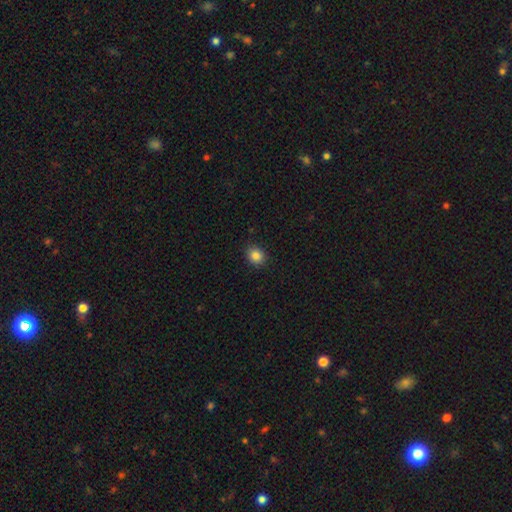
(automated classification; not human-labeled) Q: Smooth or featured?
A: smooth (85%); runner-up: star or artifact (11%)
Q: How rounded?
A: round (71%); runner-up: in between (28%)
Q: Merging?
A: none (89%); runner-up: minor disturbance (8%)